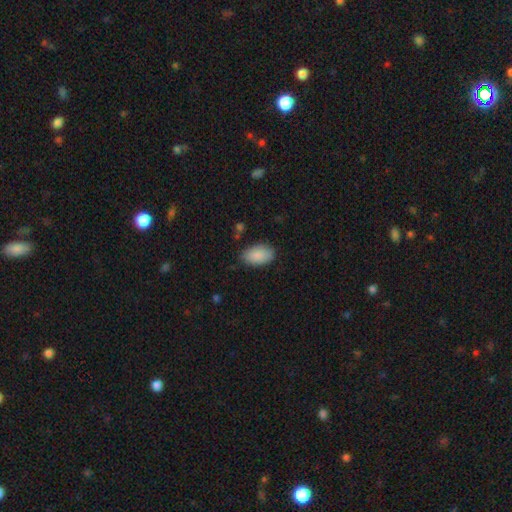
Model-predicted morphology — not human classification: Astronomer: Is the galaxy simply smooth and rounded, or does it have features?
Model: smooth — 89%.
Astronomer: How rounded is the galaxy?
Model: in between — 94%.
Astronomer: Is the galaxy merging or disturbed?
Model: none — 82%.